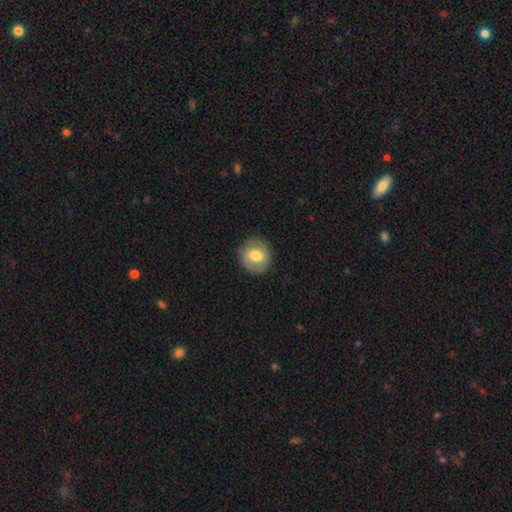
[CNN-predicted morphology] Overall: smooth (63%; featured or disk 30%). How rounded: round (80%). Merging: none (85%).